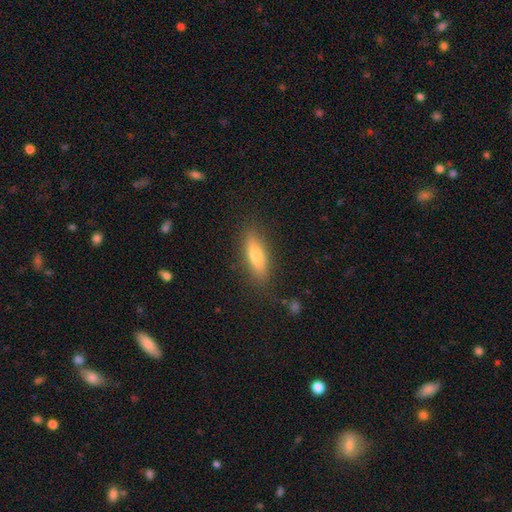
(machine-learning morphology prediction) The model was most divided on "how rounded": cigar-shaped: 51%, in between: 46%, round: 3%. More confident: merging — none (84%); smooth or featured — smooth (64%).